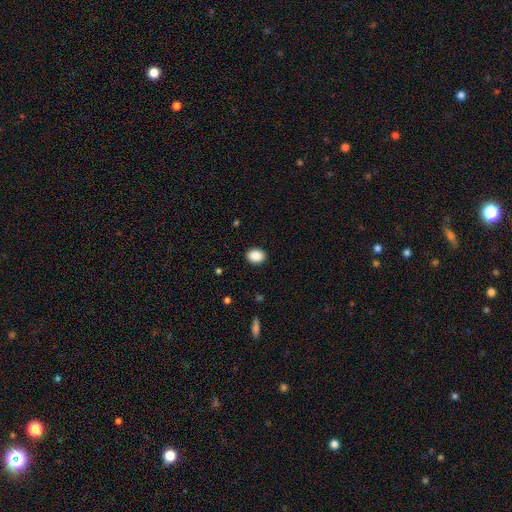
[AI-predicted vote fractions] Smooth or featured? Predicted: smooth (p=0.88). How rounded? Predicted: in between (p=0.56). Merging? Predicted: none (p=0.91).